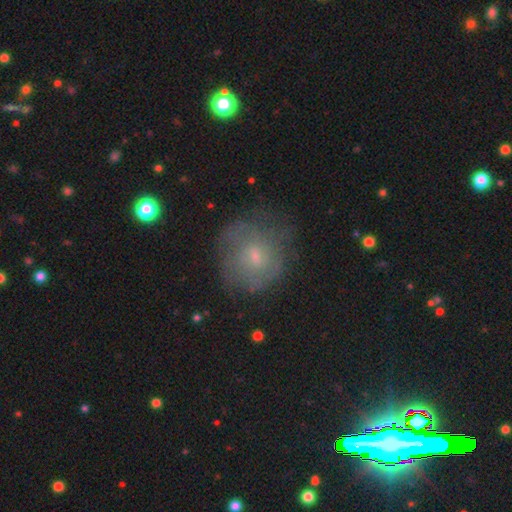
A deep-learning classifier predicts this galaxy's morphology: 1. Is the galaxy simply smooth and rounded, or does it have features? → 45% smooth, 43% featured or disk, 12% star or artifact.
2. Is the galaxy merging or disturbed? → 63% none, 22% minor disturbance, 13% major disturbance, 2% merger.